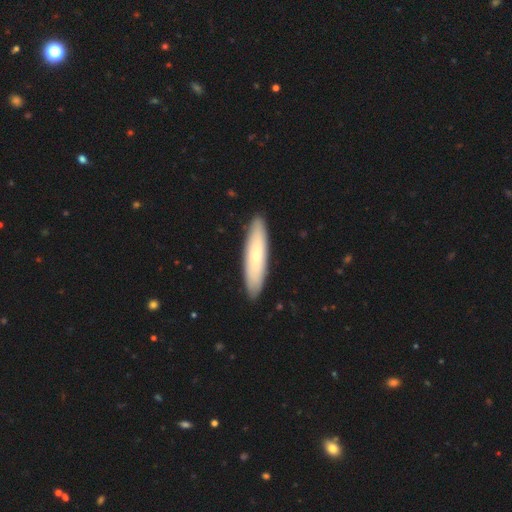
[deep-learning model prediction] Smooth or featured? smooth (68%)
How rounded? cigar-shaped (80%)
Merging? none (90%)